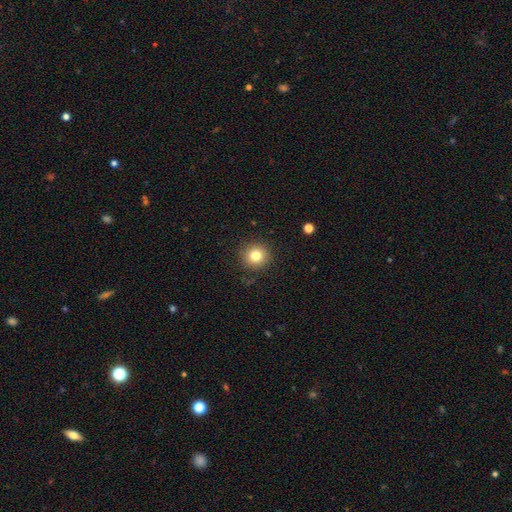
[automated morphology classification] smooth-or-featured: smooth: 81% | star or artifact: 11% | featured or disk: 8%
  how-rounded: round: 93% | in between: 6% | cigar-shaped: 1%
  merging: none: 89% | minor disturbance: 7% | major disturbance: 2% | merger: 1%